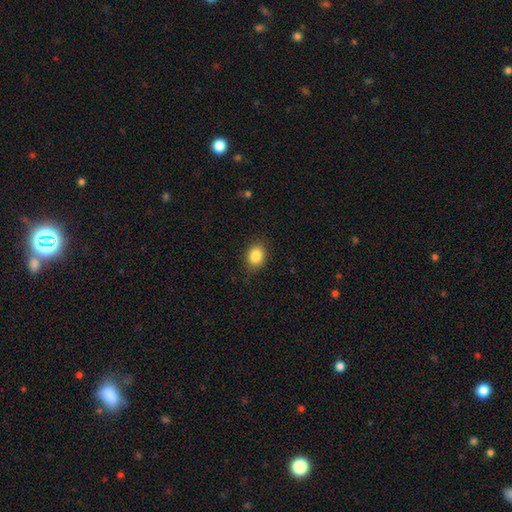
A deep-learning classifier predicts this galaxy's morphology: smooth_or_featured: smooth (p=0.85) [alt: star or artifact p=0.09]
how_rounded: in between (p=0.54) [alt: round p=0.45]
merging: none (p=0.84) [alt: minor disturbance p=0.13]